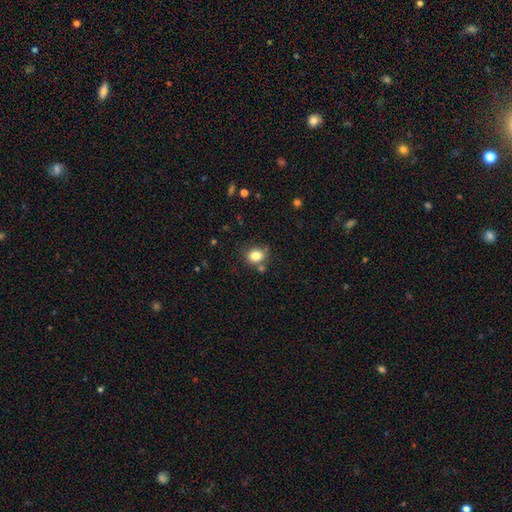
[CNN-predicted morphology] type=smooth (82%); roundness=round (53%); merging=none (71%).